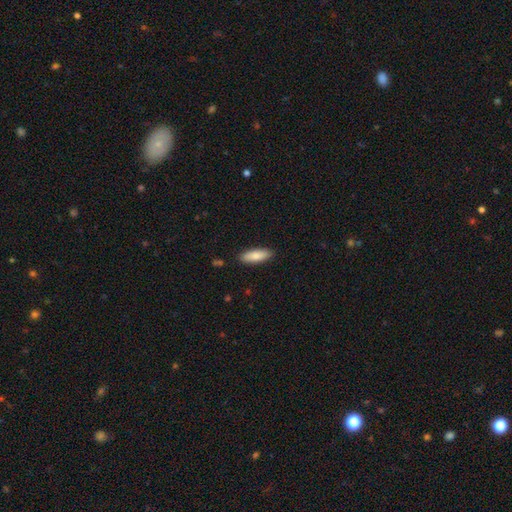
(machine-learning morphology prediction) Smooth or featured: smooth — 83% (featured or disk — 11%)
How rounded: in between — 60% (cigar-shaped — 39%)
Merging: none — 88% (minor disturbance — 9%)